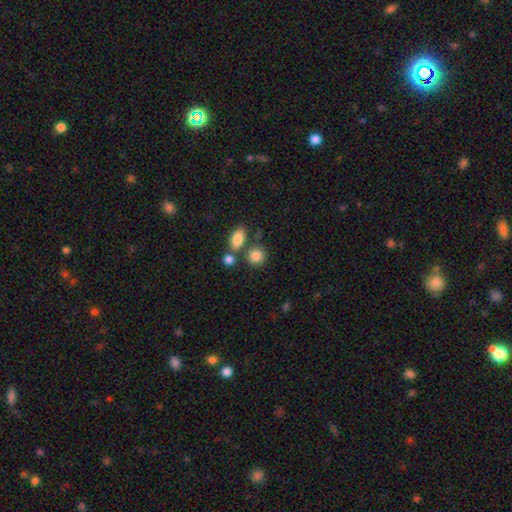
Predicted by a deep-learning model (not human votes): A smooth galaxy with no disk features (85%) that is round (72%).

Vote fractions:
- Smooth or featured? smooth: 85% / star or artifact: 9% / featured or disk: 6%
- How rounded? round: 72% / in between: 26% / cigar-shaped: 2%
- Merging? none: 64% / merger: 21% / minor disturbance: 11% / major disturbance: 4%